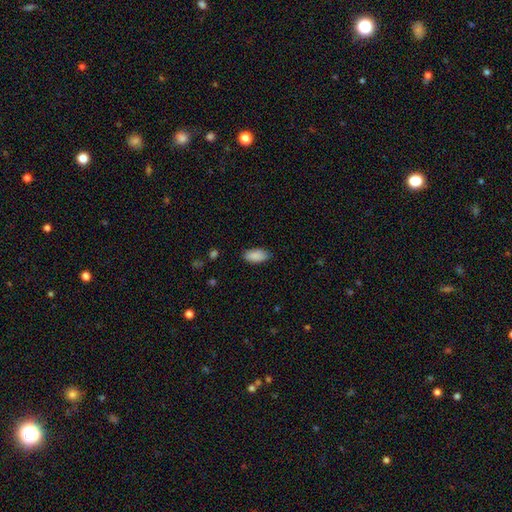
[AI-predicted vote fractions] Smooth or featured: smooth — 89% (star or artifact — 7%)
How rounded: in between — 93% (cigar-shaped — 5%)
Merging: none — 83% (minor disturbance — 13%)